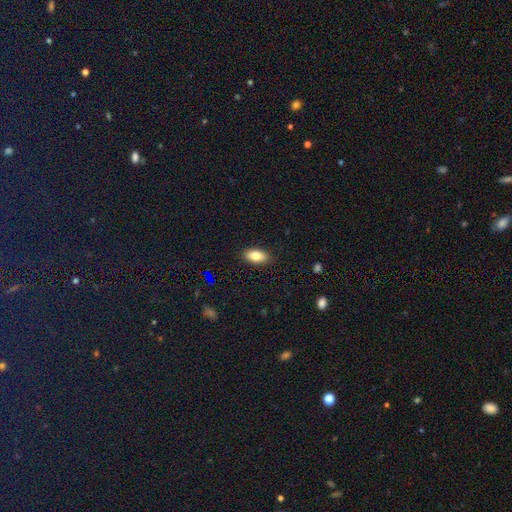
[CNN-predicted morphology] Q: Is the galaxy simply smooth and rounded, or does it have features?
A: smooth — 80%.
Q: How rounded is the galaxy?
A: in between — 90%.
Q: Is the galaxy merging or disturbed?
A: none — 88%.